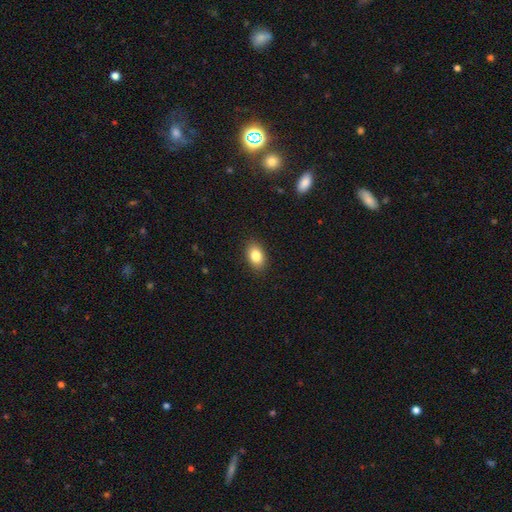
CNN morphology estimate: Overall: smooth (85%). How rounded: in between (86%). Merging: none (89%).